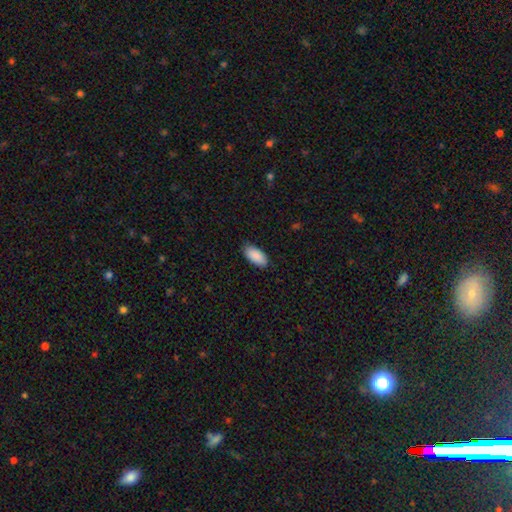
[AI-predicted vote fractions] Smooth or featured: smooth — 91% (star or artifact — 6%)
How rounded: in between — 93% (cigar-shaped — 6%)
Merging: none — 86% (minor disturbance — 11%)